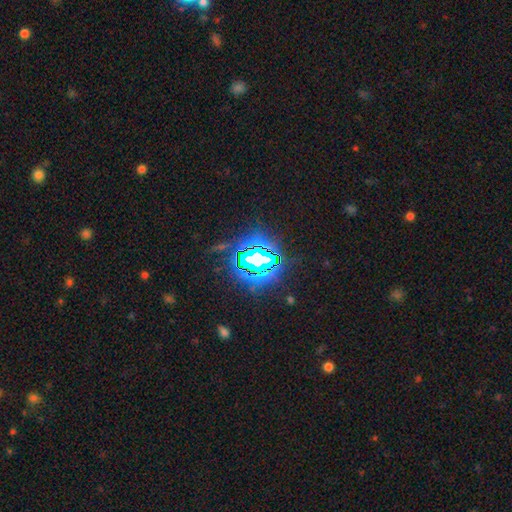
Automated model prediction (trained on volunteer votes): A star or artifact, not a galaxy (82%).